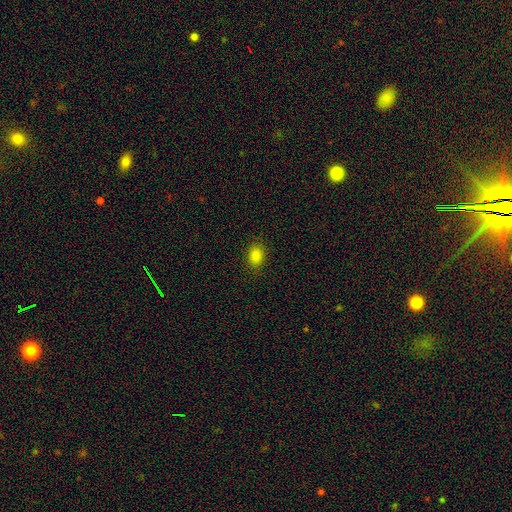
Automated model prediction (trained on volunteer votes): Smooth or featured?
  - smooth: 84% *
  - star or artifact: 12%
  - featured or disk: 4%
How rounded?
  - in between: 73% *
  - round: 26%
  - cigar-shaped: 1%
Merging?
  - none: 86% *
  - minor disturbance: 10%
  - major disturbance: 3%
  - merger: 1%